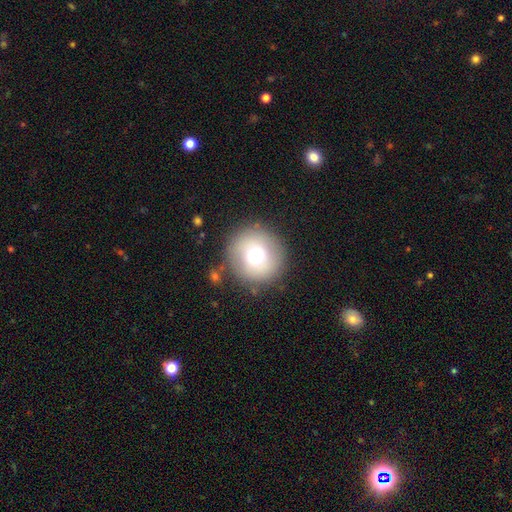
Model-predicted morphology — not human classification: smooth-or-featured: smooth: 70% | featured or disk: 16% | star or artifact: 13%
  how-rounded: round: 95% | in between: 4% | cigar-shaped: 1%
  merging: none: 86% | minor disturbance: 8% | major disturbance: 4% | merger: 2%